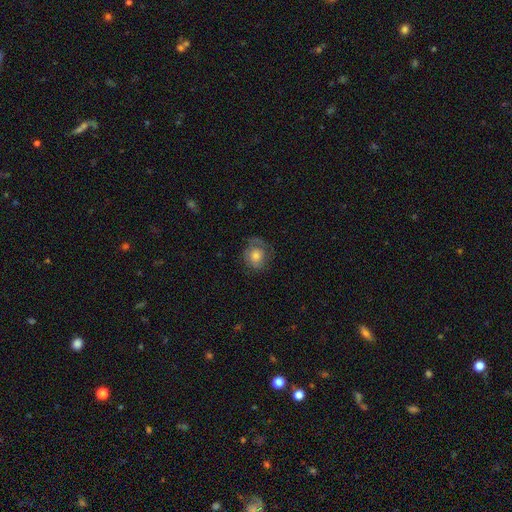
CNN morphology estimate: A smooth galaxy with no disk features (58%) that is round (73%). Merging: none (63%).